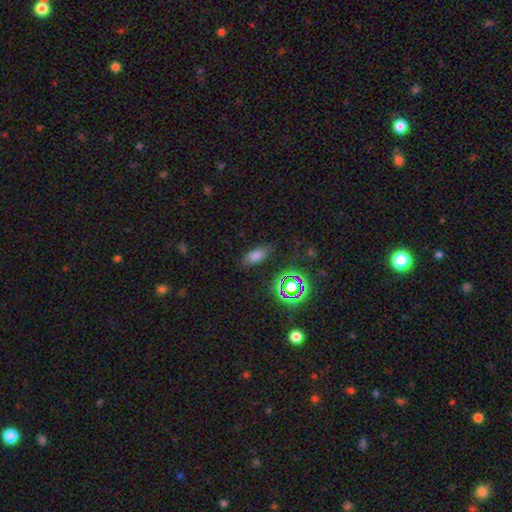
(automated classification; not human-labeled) Smooth or featured?
  - smooth: 72% *
  - star or artifact: 20%
  - featured or disk: 8%
How rounded?
  - in between: 85% *
  - cigar-shaped: 9%
  - round: 5%
Merging?
  - none: 82% *
  - minor disturbance: 12%
  - major disturbance: 4%
  - merger: 2%